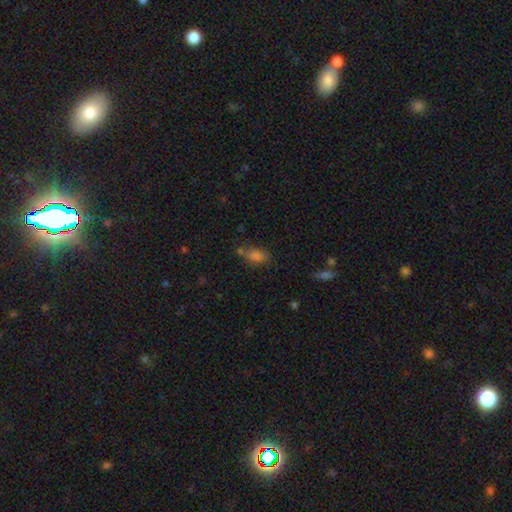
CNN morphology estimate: A smooth galaxy with no disk features (73%) that is in between round and cigar-shaped (82%).

Vote fractions:
- Smooth or featured? smooth: 73% / star or artifact: 18% / featured or disk: 9%
- How rounded? in between: 82% / round: 11% / cigar-shaped: 8%
- Merging? none: 55% / merger: 19% / minor disturbance: 19% / major disturbance: 7%